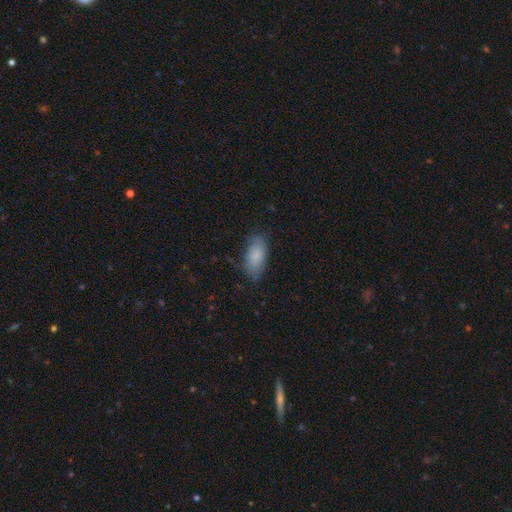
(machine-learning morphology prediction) This appears to be a smooth galaxy with no disk features (83%) that is in between round and cigar-shaped (89%). Merging: none (75%).